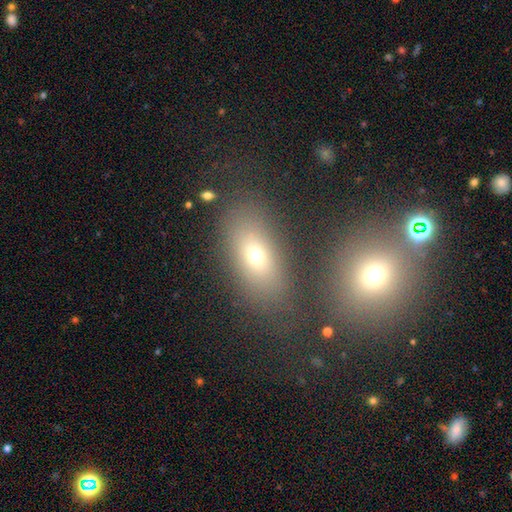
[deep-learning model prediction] Morphology: type=smooth (65%); roundness=in between (79%); merging=none (68%).